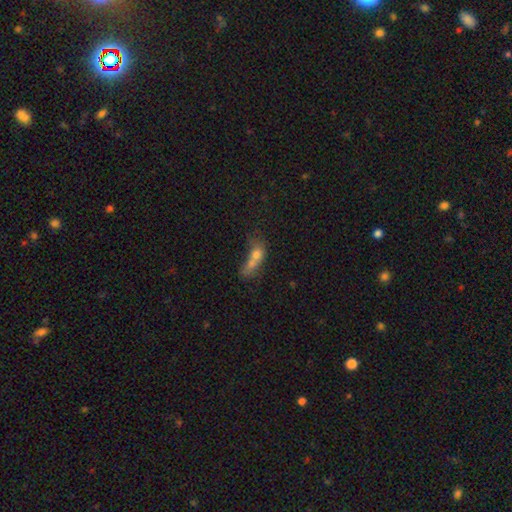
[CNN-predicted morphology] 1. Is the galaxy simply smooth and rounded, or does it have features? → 60% smooth, 26% featured or disk, 14% star or artifact.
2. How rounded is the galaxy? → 56% in between, 26% round, 18% cigar-shaped.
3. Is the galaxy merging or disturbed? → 63% merger, 16% none, 12% major disturbance, 9% minor disturbance.